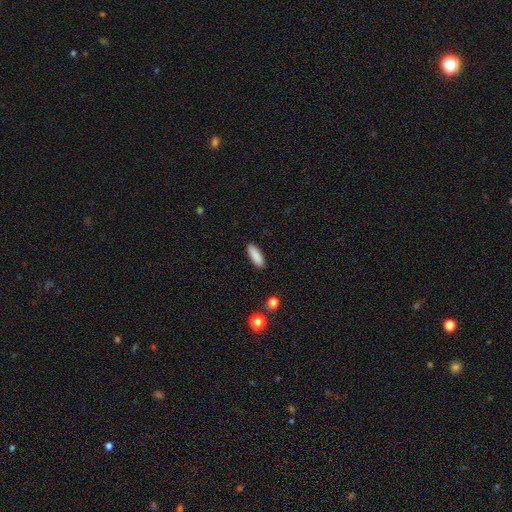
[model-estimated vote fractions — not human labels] Q: Smooth or featured?
A: smooth (88%); runner-up: star or artifact (7%)
Q: How rounded?
A: in between (57%); runner-up: cigar-shaped (41%)
Q: Merging?
A: none (90%); runner-up: minor disturbance (7%)